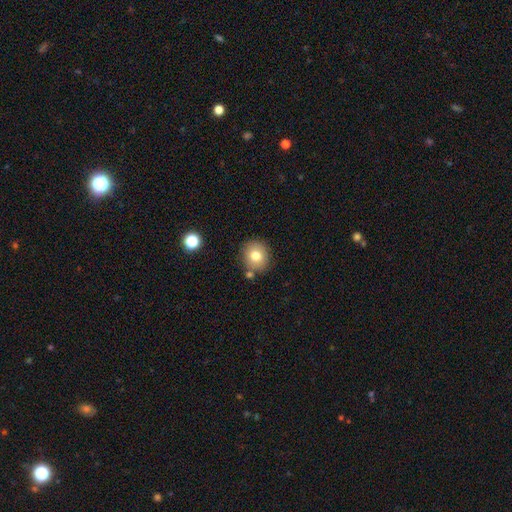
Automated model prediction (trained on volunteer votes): The model was most divided on "smooth or featured": smooth: 78%, featured or disk: 12%, star or artifact: 10%. More confident: how rounded — round (84%); merging — none (80%).